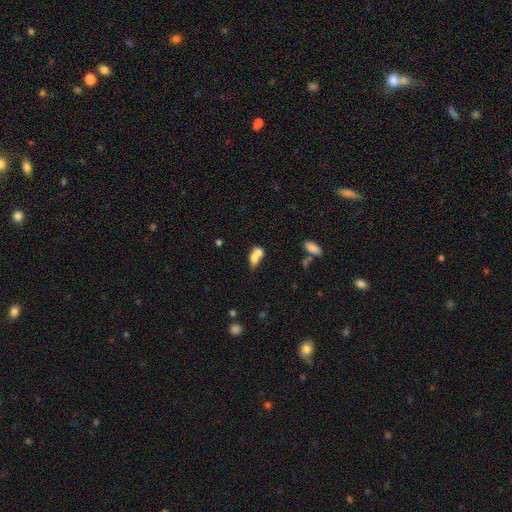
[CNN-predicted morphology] This is likely a smooth galaxy (70%). How rounded: likely in between (75%). Merging: likely merger (66%).